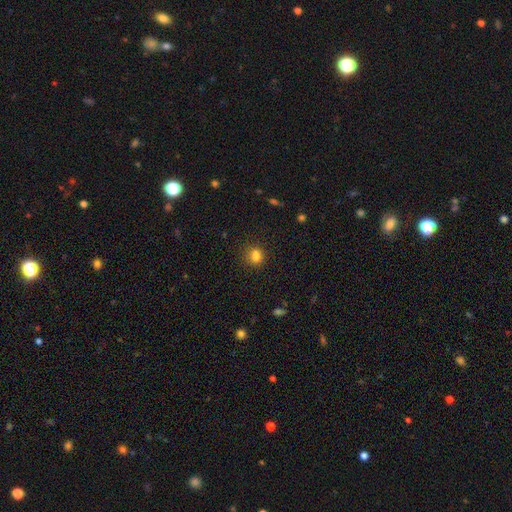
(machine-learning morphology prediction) smooth_or_featured: smooth (p=0.78) [alt: star or artifact p=0.15]
how_rounded: round (p=0.57) [alt: in between p=0.41]
merging: none (p=0.63) [alt: minor disturbance p=0.16]